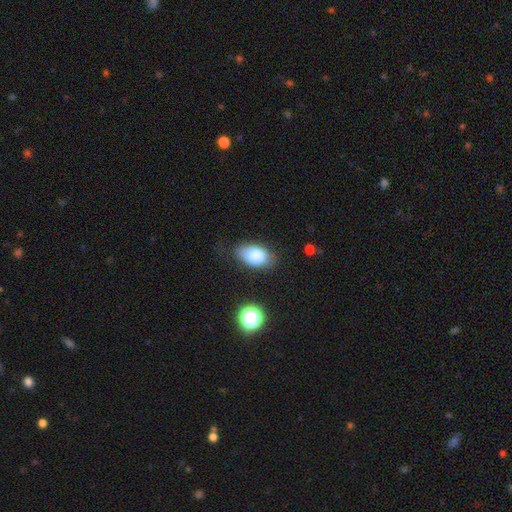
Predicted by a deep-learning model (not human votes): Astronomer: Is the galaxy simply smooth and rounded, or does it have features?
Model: smooth — 80%.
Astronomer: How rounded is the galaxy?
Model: in between — 91%.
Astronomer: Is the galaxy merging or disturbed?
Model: none — 72%.